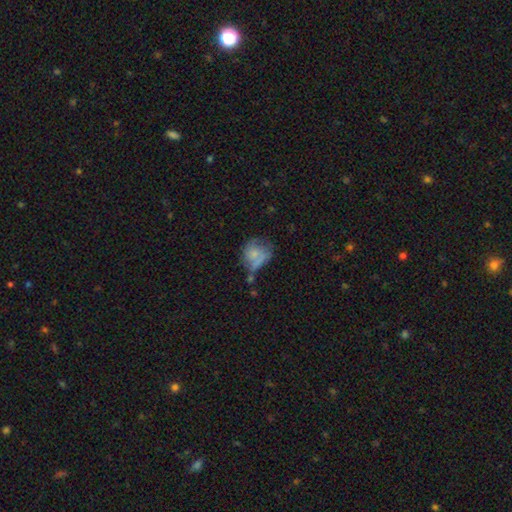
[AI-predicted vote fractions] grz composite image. It shows a smooth galaxy with no disk features (58%) that is round (64%). Merging: none (32%).